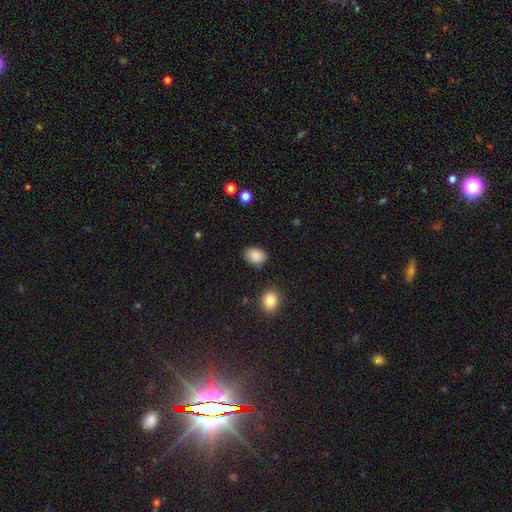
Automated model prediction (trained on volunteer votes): Smooth or featured? smooth (88%)
How rounded? in between (73%)
Merging? none (81%)